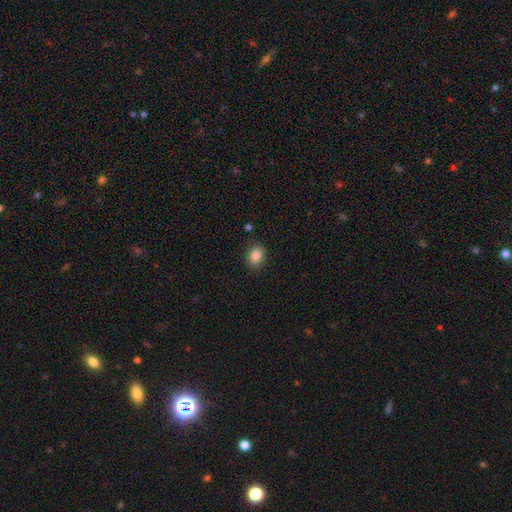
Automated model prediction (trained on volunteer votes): smooth_or_featured: smooth (p=0.86) [alt: star or artifact p=0.09]
how_rounded: in between (p=0.62) [alt: round p=0.37]
merging: none (p=0.87) [alt: minor disturbance p=0.10]